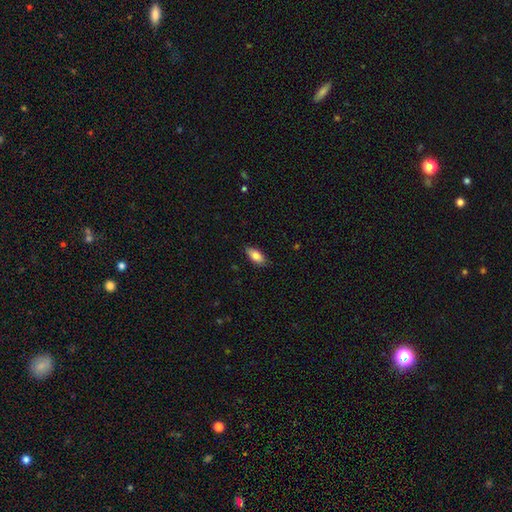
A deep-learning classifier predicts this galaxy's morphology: smooth 83%, featured or disk 11%, star or artifact 7%. Down the decision tree: how rounded — in between (87%); merging — none (82%).